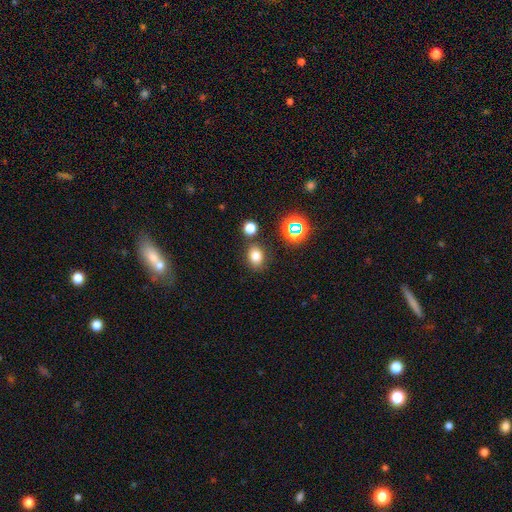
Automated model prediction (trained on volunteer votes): Smooth or featured? Predicted: smooth (p=0.75). How rounded? Predicted: in between (p=0.57). Merging? Predicted: none (p=0.79).